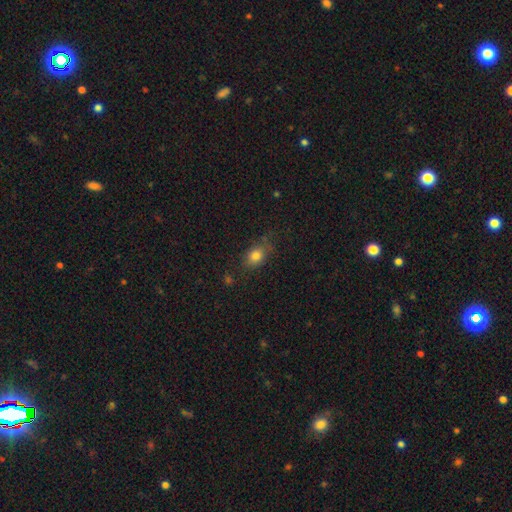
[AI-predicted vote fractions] Q: Smooth or featured?
A: smooth (80%); runner-up: star or artifact (11%)
Q: How rounded?
A: in between (67%); runner-up: round (30%)
Q: Merging?
A: none (72%); runner-up: minor disturbance (20%)